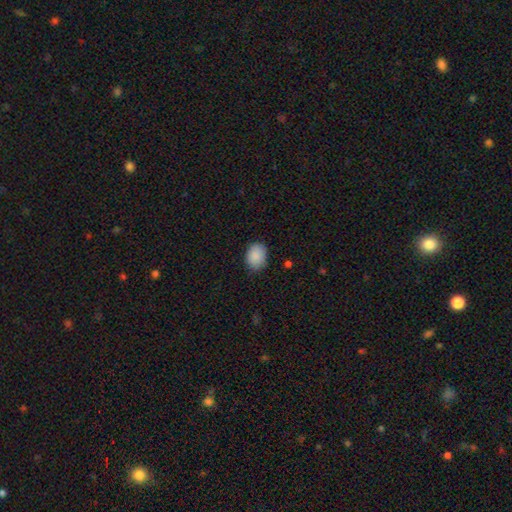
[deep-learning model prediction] Overall: smooth (88%). How rounded: in between (65%; round 34%). Merging: none (79%).